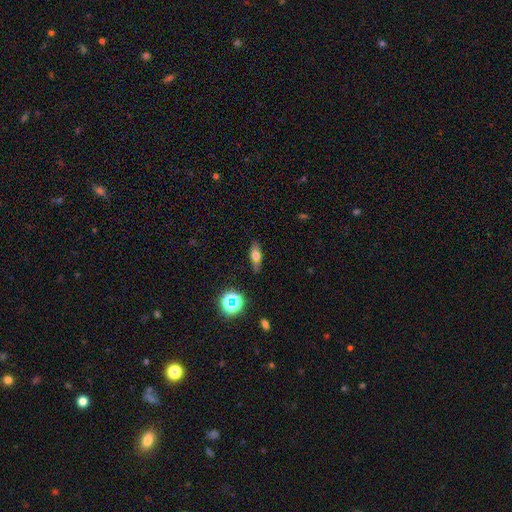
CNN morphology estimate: A smooth galaxy with no disk features (63%) that is in between round and cigar-shaped (64%). Merging: none (81%).